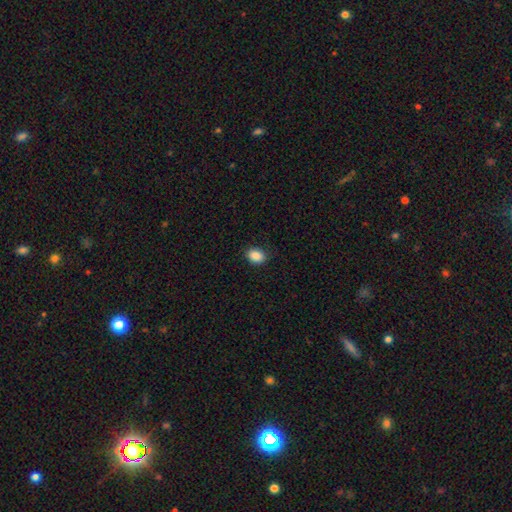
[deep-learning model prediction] This is clearly a smooth galaxy (88%). How rounded: likely in between (70%). Merging: clearly none (86%).